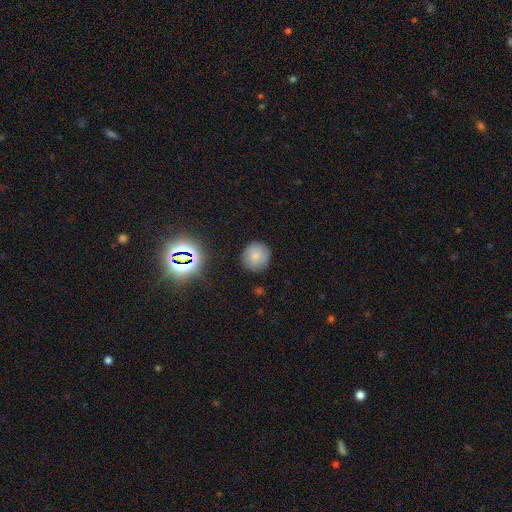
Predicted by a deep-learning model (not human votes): A smooth galaxy with no disk features (77%) that is round (92%). Merging: none (86%).